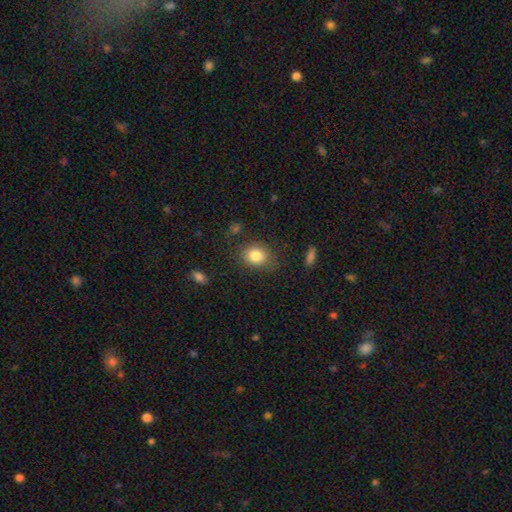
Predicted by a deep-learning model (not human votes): The model was most divided on "how rounded": in between: 50%, round: 49%, cigar-shaped: 1%. More confident: smooth or featured — smooth (84%); merging — none (81%).